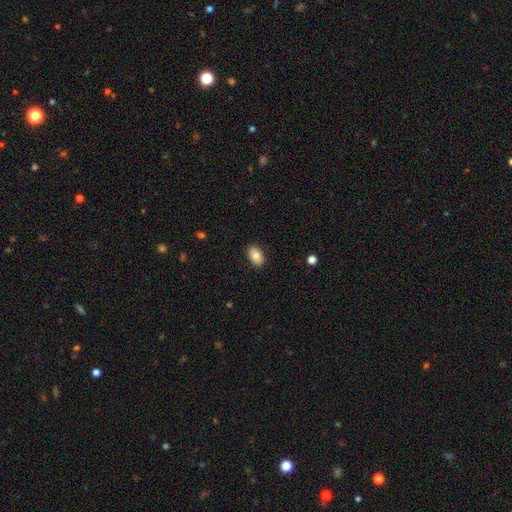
Q: Smooth or featured?
A: smooth (86%); runner-up: featured or disk (11%)
Q: How rounded?
A: in between (88%); runner-up: round (9%)
Q: Merging?
A: none (100%)